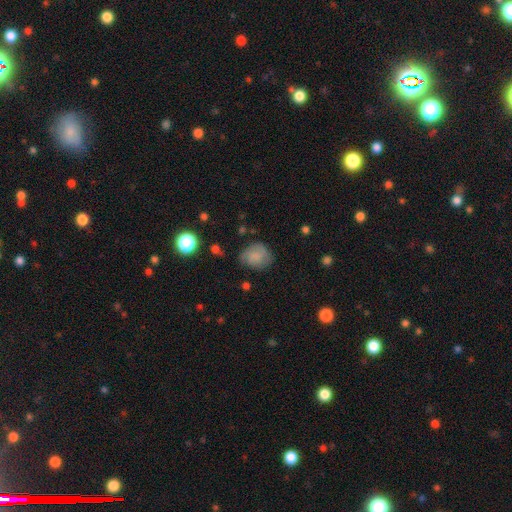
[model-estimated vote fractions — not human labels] smooth 70%, featured or disk 21%, star or artifact 10%. Down the decision tree: how rounded — round (55%); merging — none (59%).